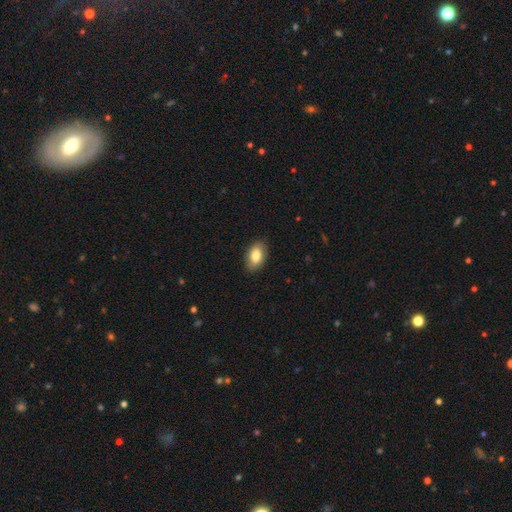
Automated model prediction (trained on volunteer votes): smooth_or_featured: smooth (p=0.81) [alt: featured or disk p=0.12]
how_rounded: in between (p=0.92) [alt: round p=0.06]
merging: none (p=0.87) [alt: minor disturbance p=0.10]